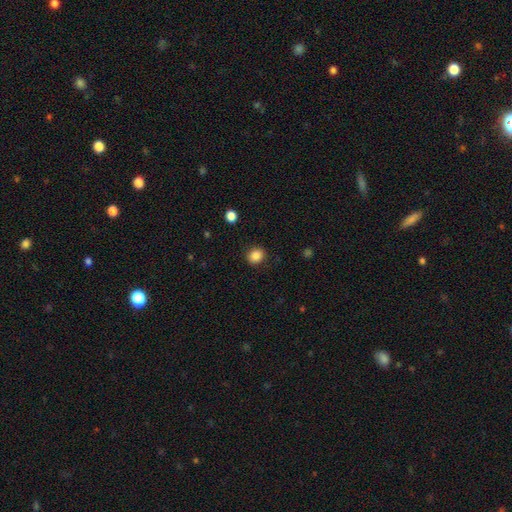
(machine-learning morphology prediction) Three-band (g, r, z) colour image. It shows a smooth galaxy with no disk features (86%) that is round (72%). Merging: none (90%).